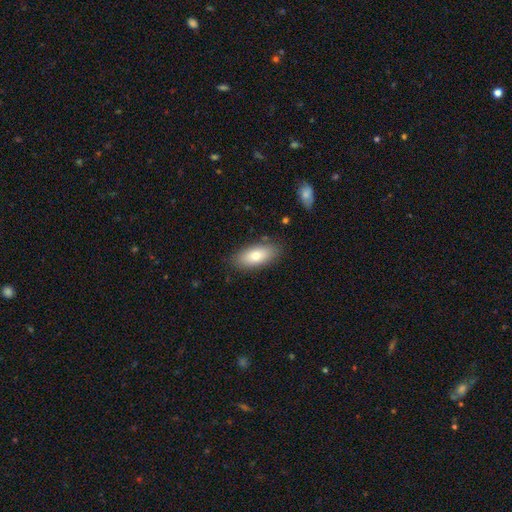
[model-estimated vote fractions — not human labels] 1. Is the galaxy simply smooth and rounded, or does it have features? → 77% smooth, 16% featured or disk, 7% star or artifact.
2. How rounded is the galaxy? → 86% in between, 11% cigar-shaped, 3% round.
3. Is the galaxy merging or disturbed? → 84% none, 12% minor disturbance, 3% major disturbance, 2% merger.